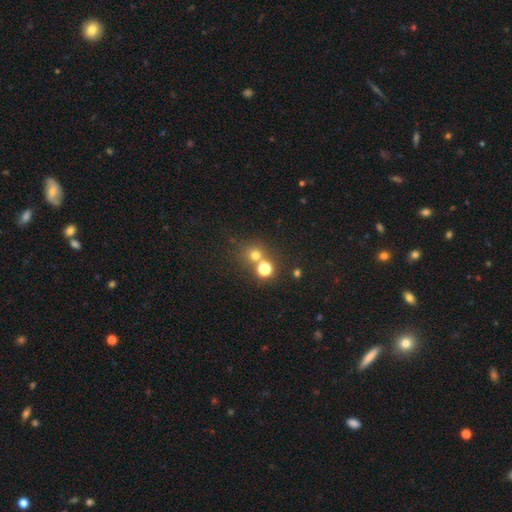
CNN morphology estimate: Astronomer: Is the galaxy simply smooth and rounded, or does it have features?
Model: smooth — 66%.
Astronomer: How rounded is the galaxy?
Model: round — 89%.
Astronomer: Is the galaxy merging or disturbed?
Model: none — 60%.